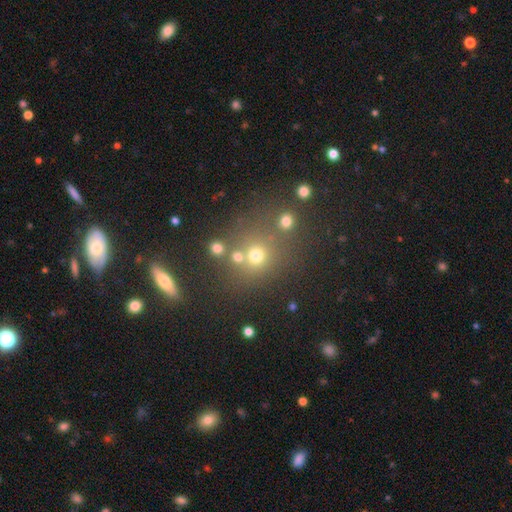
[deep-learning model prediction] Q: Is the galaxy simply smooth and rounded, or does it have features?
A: smooth — 65%.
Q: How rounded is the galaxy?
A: round — 83%.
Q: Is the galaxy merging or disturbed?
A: none — 64%.